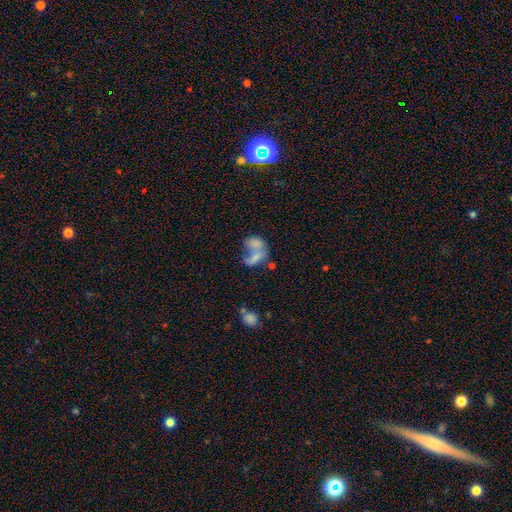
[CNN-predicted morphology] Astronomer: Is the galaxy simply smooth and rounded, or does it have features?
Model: smooth — 59%.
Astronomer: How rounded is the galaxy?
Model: in between — 76%.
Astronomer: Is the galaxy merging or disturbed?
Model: merger — 61%.